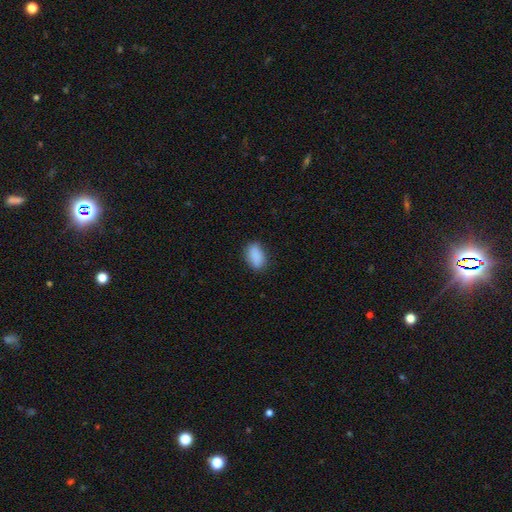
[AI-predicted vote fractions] Smooth or featured?
  - smooth: 89% *
  - star or artifact: 7%
  - featured or disk: 4%
How rounded?
  - in between: 88% *
  - round: 9%
  - cigar-shaped: 3%
Merging?
  - none: 82% *
  - minor disturbance: 14%
  - major disturbance: 3%
  - merger: 1%